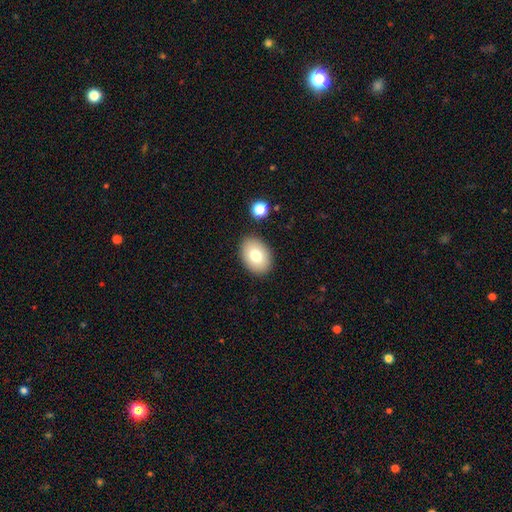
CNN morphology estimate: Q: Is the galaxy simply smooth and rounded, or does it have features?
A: smooth — 77%.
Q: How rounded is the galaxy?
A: in between — 80%.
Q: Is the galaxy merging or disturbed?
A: none — 87%.